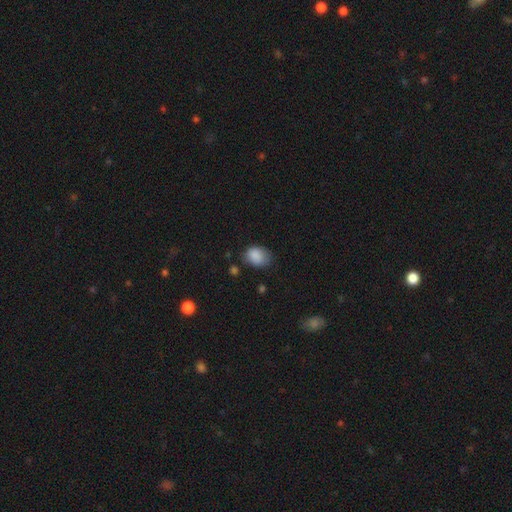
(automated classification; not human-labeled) This appears to be a smooth galaxy with no disk features (86%) that is in between round and cigar-shaped (66%). Merging: none (61%).